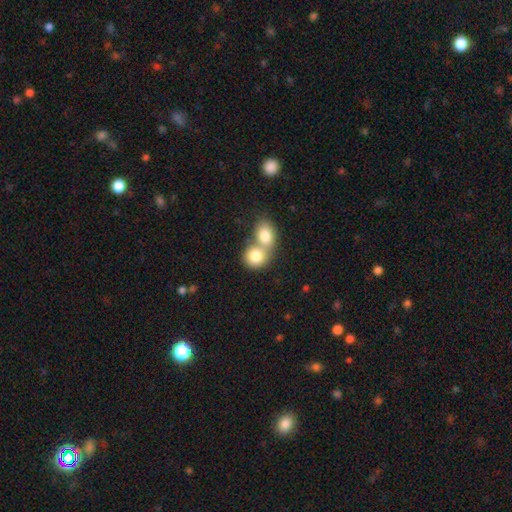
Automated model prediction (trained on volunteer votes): This is likely a smooth galaxy (80%). How rounded: likely round (68%). Merging: likely merger (69%).